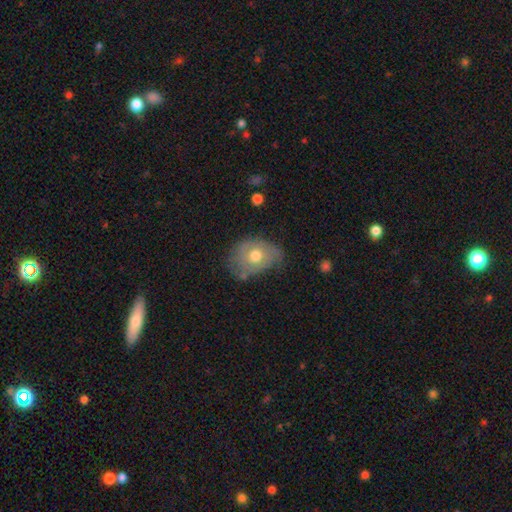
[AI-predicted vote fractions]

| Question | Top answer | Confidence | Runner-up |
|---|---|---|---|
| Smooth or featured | smooth | 51% | featured or disk (41%) |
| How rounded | in between | 63% | round (36%) |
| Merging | none | 49% | minor disturbance (34%) |